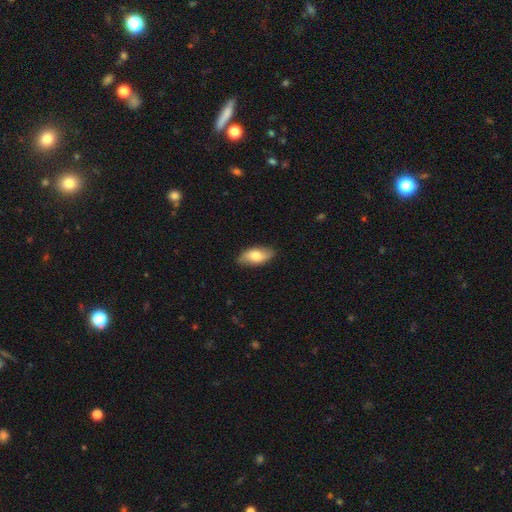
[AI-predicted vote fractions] Smooth or featured? Predicted: smooth (p=0.66). How rounded? Predicted: in between (p=0.89). Merging? Predicted: none (p=0.85).